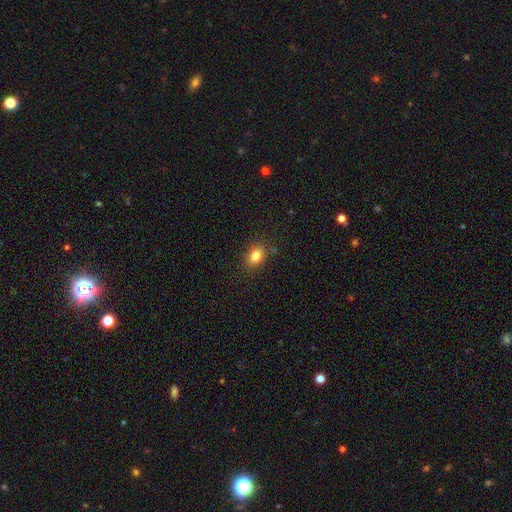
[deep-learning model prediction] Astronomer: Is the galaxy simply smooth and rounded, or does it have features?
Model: smooth — 82%.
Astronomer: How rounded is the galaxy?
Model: in between — 66%.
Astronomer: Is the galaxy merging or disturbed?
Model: none — 85%.